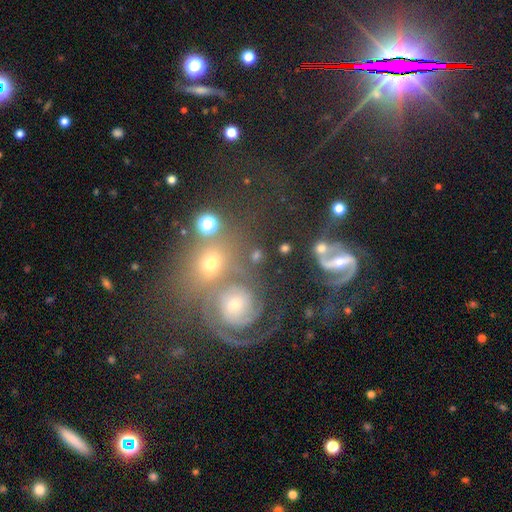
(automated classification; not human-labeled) This is possibly a featured or disk galaxy (55%). It is clearly not viewed edge-on (94%). Bar: likely no (62%). Spiral arm pattern: clearly yes (86%). Central bulge: marginally small (45%). Merging: marginally none (40%).